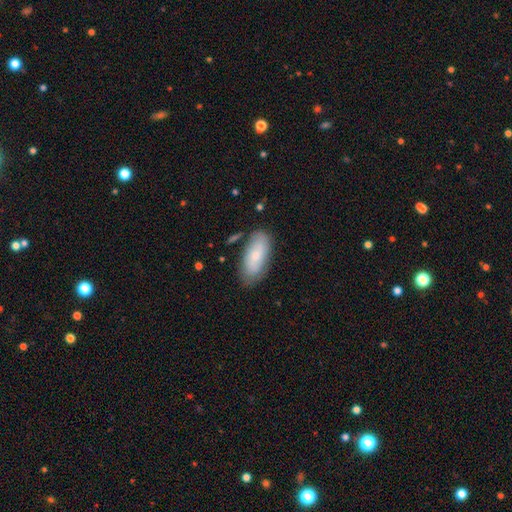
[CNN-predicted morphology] Q: Smooth or featured?
A: smooth (68%); runner-up: featured or disk (26%)
Q: How rounded?
A: in between (87%); runner-up: cigar-shaped (10%)
Q: Merging?
A: none (73%); runner-up: minor disturbance (19%)